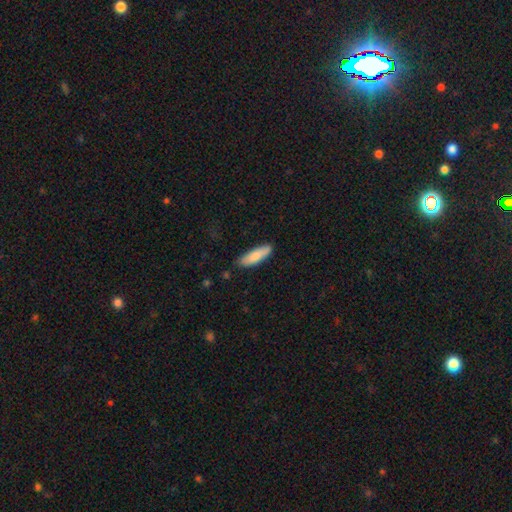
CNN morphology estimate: This appears to be a smooth galaxy with no disk features (82%) that is cigar-shaped (54%). Merging: none (82%).